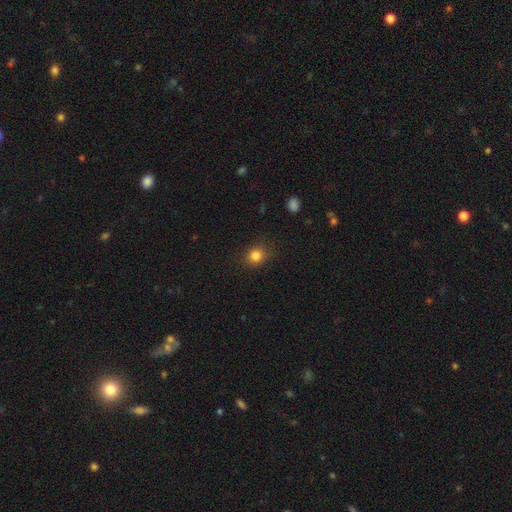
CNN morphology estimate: Overall: smooth (83%). How rounded: round (76%). Merging: none (85%).